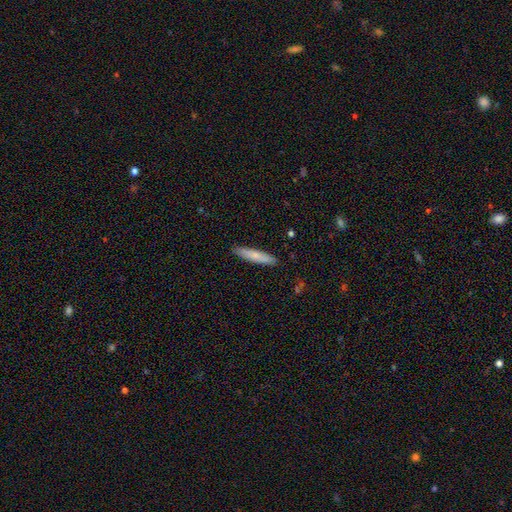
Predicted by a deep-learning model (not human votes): This is likely a smooth galaxy (71%). How rounded: clearly cigar-shaped (89%). Merging: clearly none (89%).